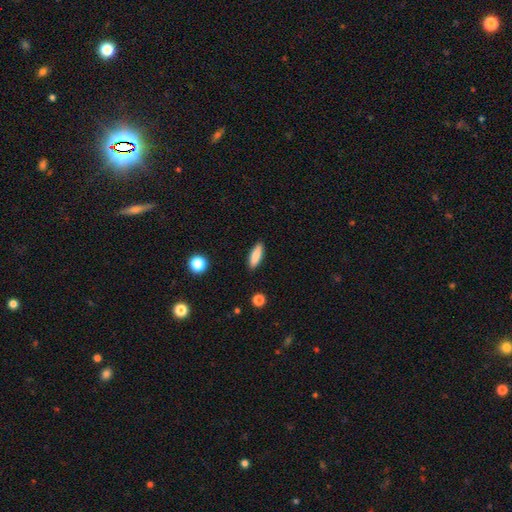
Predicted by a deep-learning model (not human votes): This appears to be a smooth galaxy with no disk features (86%) that is cigar-shaped (54%). Merging: none (90%).